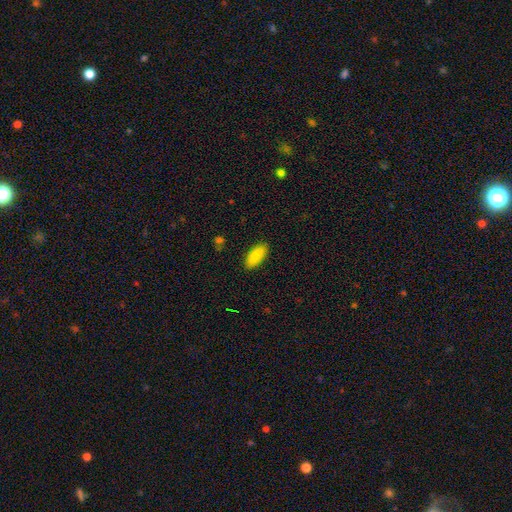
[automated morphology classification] Smooth or featured? Predicted: smooth (p=0.89). How rounded? Predicted: in between (p=0.83). Merging? Predicted: none (p=0.89).